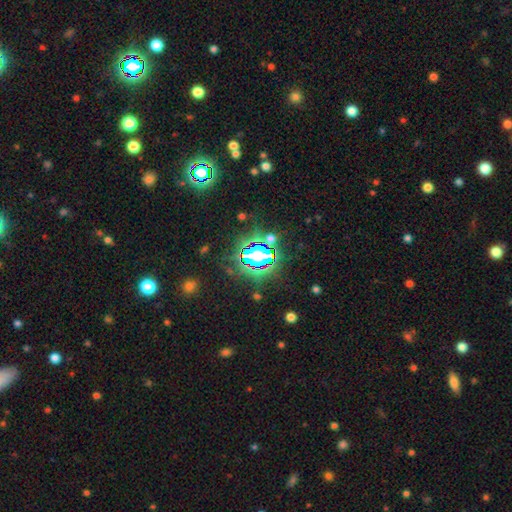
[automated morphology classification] Smooth or featured? star or artifact (73%)